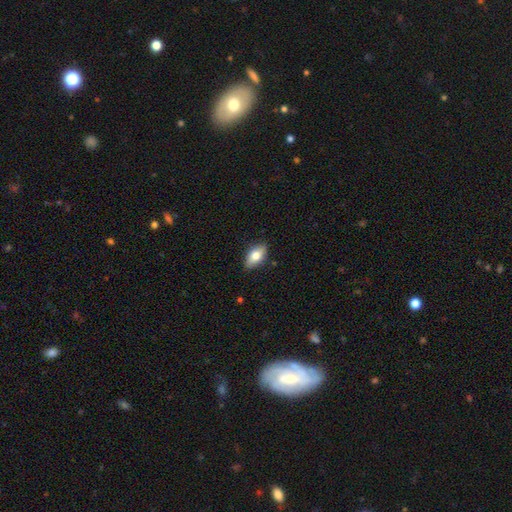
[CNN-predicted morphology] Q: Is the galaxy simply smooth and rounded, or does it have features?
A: smooth — 74%.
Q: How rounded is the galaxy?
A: in between — 90%.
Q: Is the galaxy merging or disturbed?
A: none — 85%.